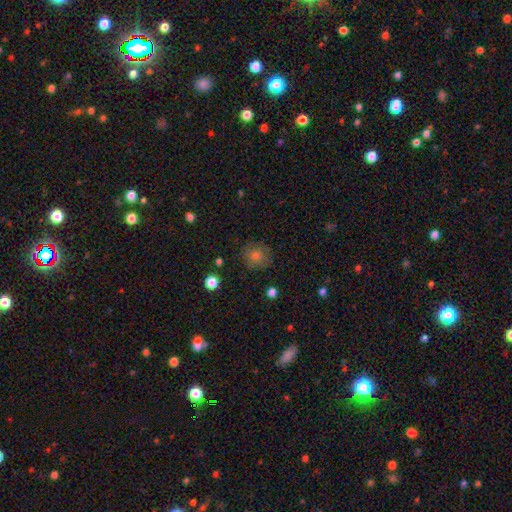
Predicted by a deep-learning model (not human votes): A smooth galaxy with no disk features (72%) that is round (87%). Merging: none (83%).